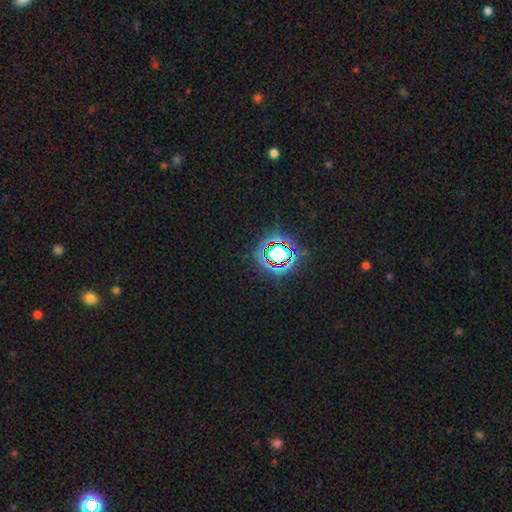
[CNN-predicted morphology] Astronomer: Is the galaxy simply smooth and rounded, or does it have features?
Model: star or artifact — 81%.